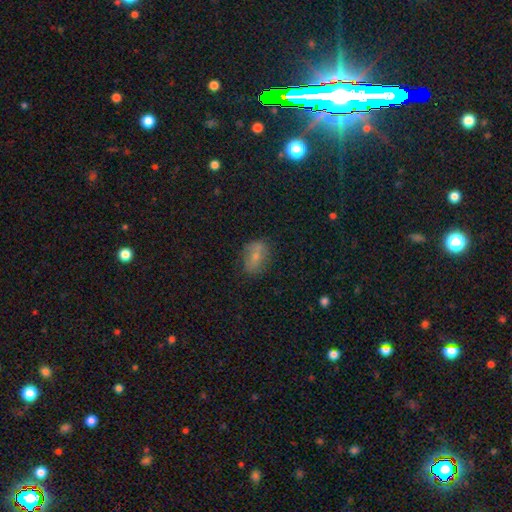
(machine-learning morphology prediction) smooth 62%, featured or disk 25%, star or artifact 13%. Down the decision tree: how rounded — in between (77%); merging — none (72%).